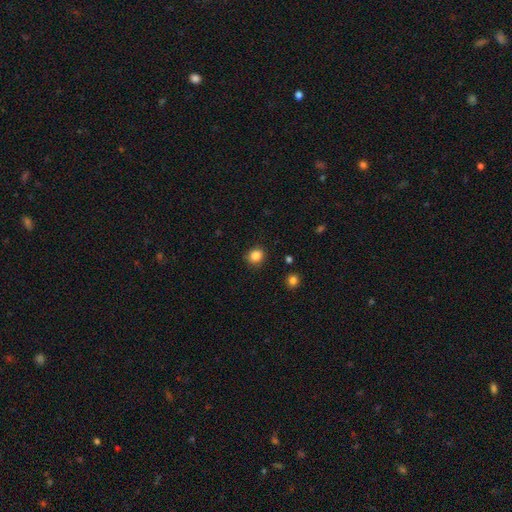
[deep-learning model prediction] Morphology: type=smooth (85%); roundness=round (82%); merging=none (86%).